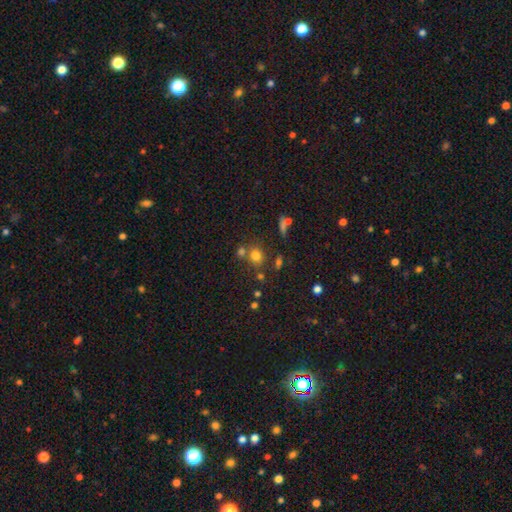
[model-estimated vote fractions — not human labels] Smooth or featured? Predicted: smooth (p=0.72). How rounded? Predicted: round (p=0.78). Merging? Predicted: none (p=0.64).